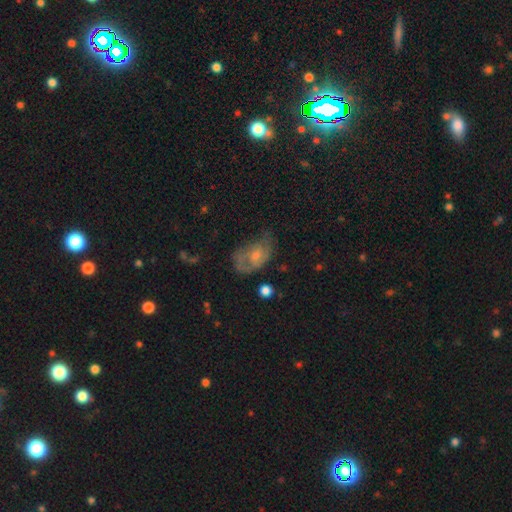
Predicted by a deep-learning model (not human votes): This is possibly a featured or disk galaxy (50%). Merging: marginally none (40%).